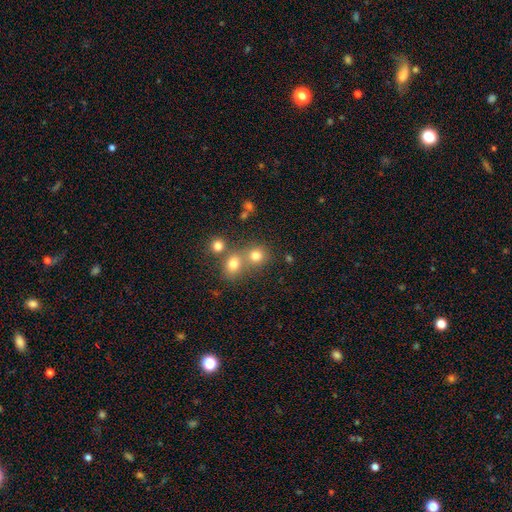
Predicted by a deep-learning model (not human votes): This appears to be a smooth galaxy with no disk features (76%) that is round (83%). Merging: none (52%).